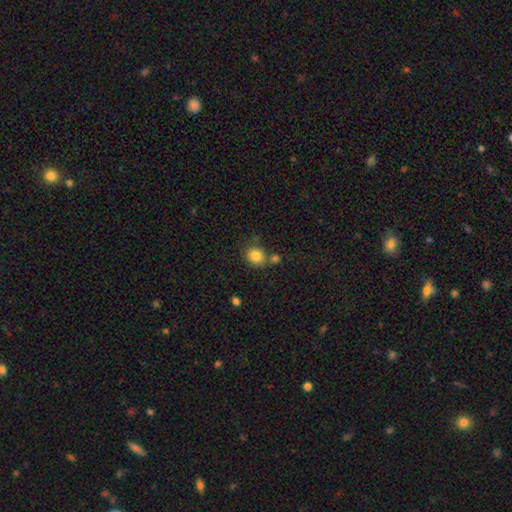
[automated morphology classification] Q: Smooth or featured?
A: smooth (84%); runner-up: star or artifact (10%)
Q: How rounded?
A: round (79%); runner-up: in between (20%)
Q: Merging?
A: none (64%); runner-up: merger (20%)